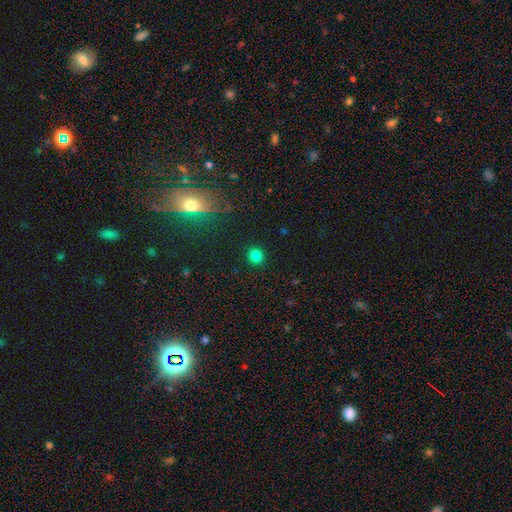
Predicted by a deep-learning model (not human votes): A smooth galaxy with no disk features (81%) that is round (87%). Merging: none (91%).